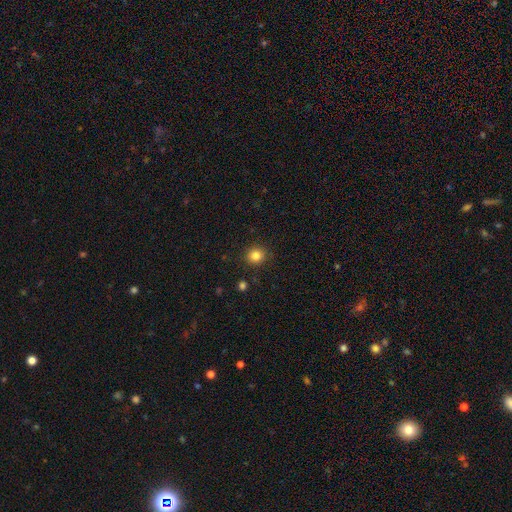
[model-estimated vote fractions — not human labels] Q: Smooth or featured?
A: smooth (83%); runner-up: star or artifact (12%)
Q: How rounded?
A: round (87%); runner-up: in between (12%)
Q: Merging?
A: none (90%); runner-up: minor disturbance (6%)